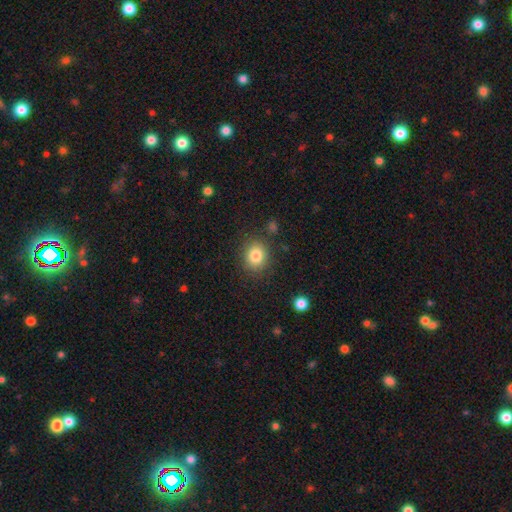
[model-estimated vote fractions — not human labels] Smooth or featured? Predicted: smooth (p=0.82). How rounded? Predicted: round (p=0.70). Merging? Predicted: none (p=0.85).